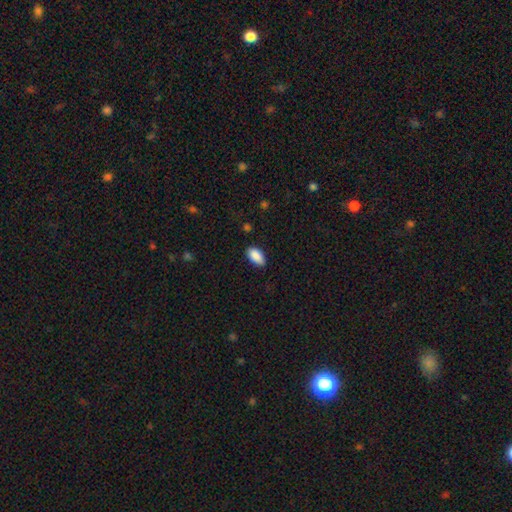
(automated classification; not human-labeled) Q: Smooth or featured?
A: smooth (89%); runner-up: star or artifact (7%)
Q: How rounded?
A: in between (94%); runner-up: cigar-shaped (3%)
Q: Merging?
A: none (82%); runner-up: minor disturbance (14%)